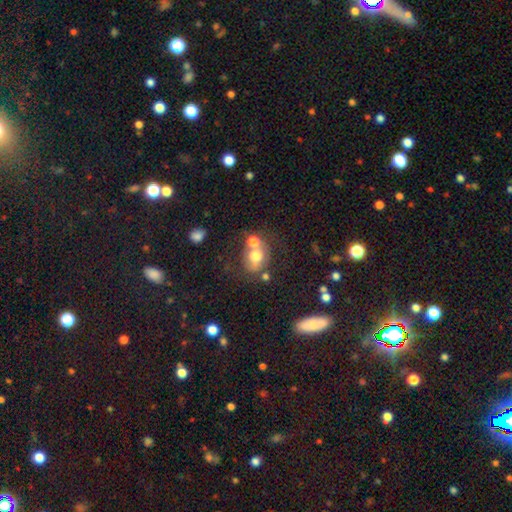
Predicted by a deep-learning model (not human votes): A smooth galaxy with no disk features (61%) that is round (55%). Merging: none (40%).